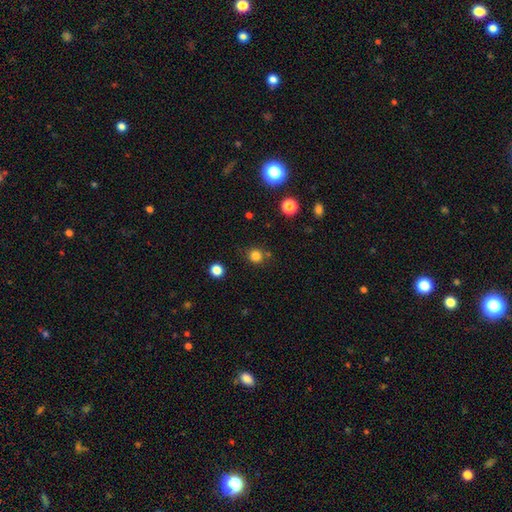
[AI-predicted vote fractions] A smooth galaxy with no disk features (81%) that is round (89%). Merging: none (78%).